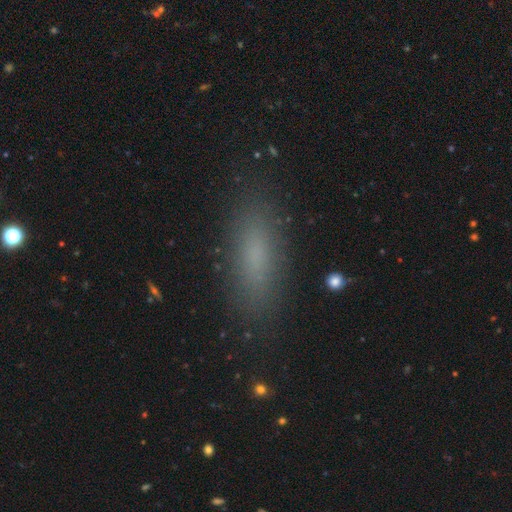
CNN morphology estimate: smooth-or-featured: smooth: 75% | featured or disk: 13% | star or artifact: 12%
  how-rounded: in between: 55% | cigar-shaped: 43% | round: 3%
  merging: none: 87% | minor disturbance: 9% | major disturbance: 3% | merger: 1%